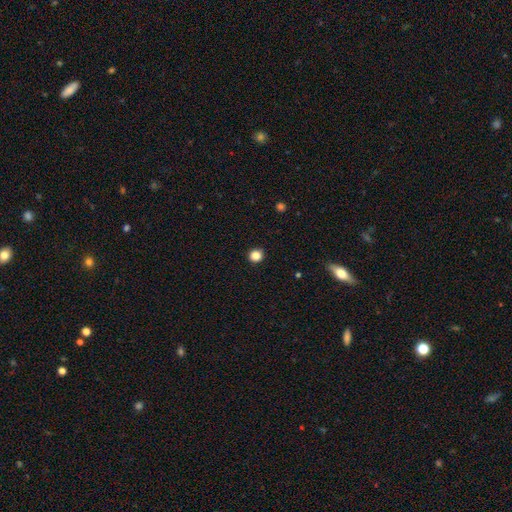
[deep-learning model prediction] Smooth or featured? smooth (85%)
How rounded? round (92%)
Merging? none (93%)